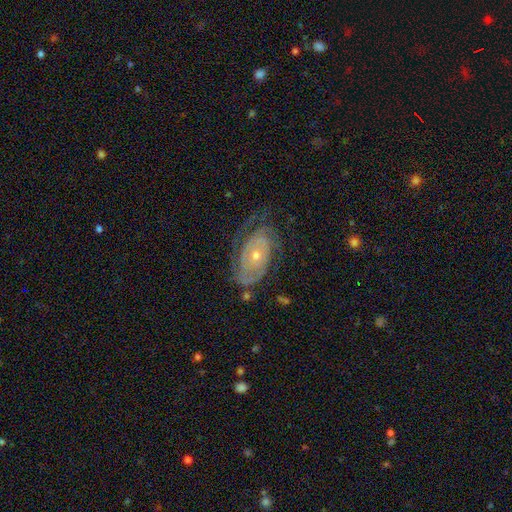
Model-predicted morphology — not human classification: A featured or disk galaxy (81%) with no bar (80%), 2 (38%) tight (70%) spiral arms (88%) and a small central bulge (54%). Merging: none (59%).